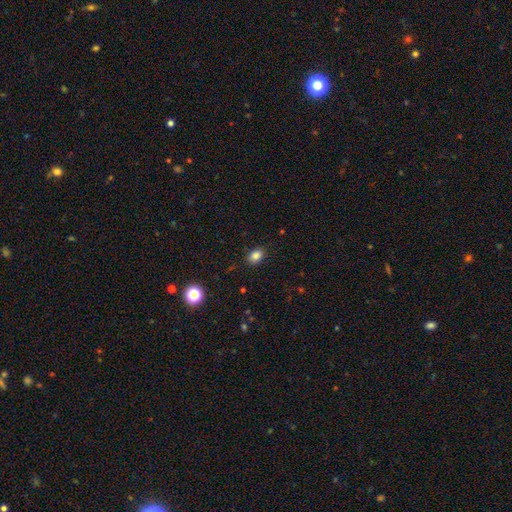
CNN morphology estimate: A smooth galaxy with no disk features (85%) that is in between round and cigar-shaped (73%). Merging: none (88%).